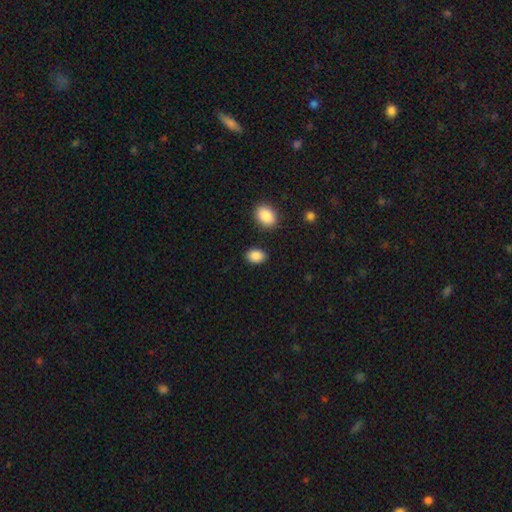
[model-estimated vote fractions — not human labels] Smooth or featured? smooth (88%)
How rounded? in between (77%)
Merging? none (85%)